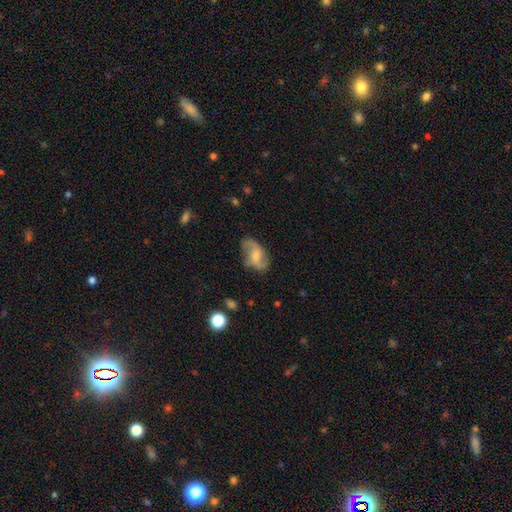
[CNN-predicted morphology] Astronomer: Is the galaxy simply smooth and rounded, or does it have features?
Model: featured or disk — 65%.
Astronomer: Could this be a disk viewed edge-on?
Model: no — 96%.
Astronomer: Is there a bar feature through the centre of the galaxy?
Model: no — 45%, tied with weak at 45%.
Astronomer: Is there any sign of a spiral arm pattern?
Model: yes — 90%.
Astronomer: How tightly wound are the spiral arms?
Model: loose — 59%.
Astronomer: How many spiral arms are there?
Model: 2 — 88%.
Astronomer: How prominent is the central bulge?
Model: moderate — 39% (runner-up: small, 27%).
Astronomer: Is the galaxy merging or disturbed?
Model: none — 70%.